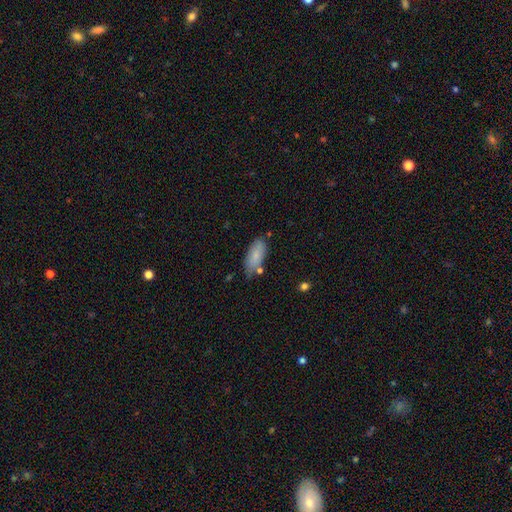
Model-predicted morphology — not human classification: type=smooth (83%); roundness=in between (81%); merging=none (68%).